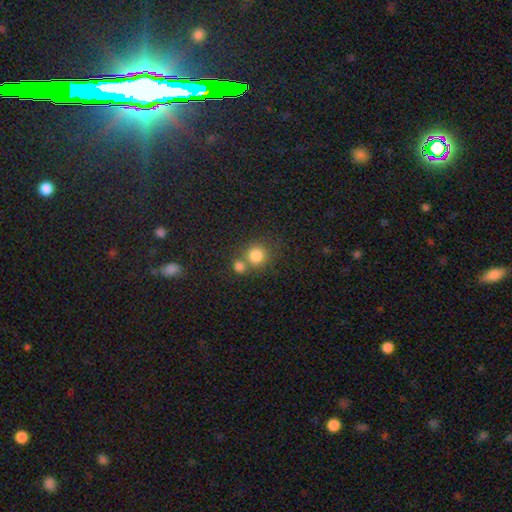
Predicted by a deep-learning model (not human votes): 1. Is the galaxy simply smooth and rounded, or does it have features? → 82% smooth, 12% star or artifact, 7% featured or disk.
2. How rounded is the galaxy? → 88% round, 11% in between, 1% cigar-shaped.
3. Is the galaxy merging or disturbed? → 52% none, 36% merger, 8% minor disturbance, 4% major disturbance.